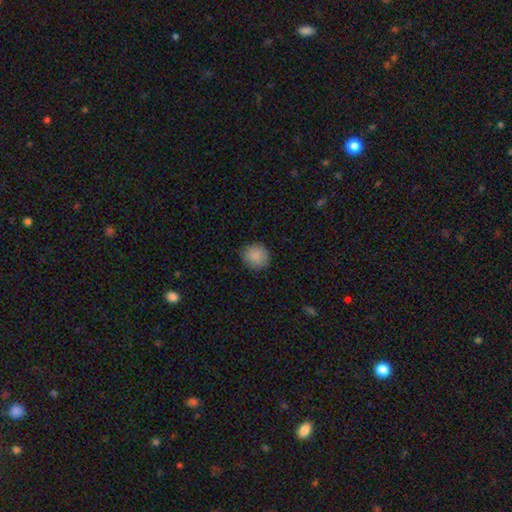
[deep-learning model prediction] Q: Smooth or featured?
A: smooth (88%); runner-up: star or artifact (8%)
Q: How rounded?
A: round (88%); runner-up: in between (11%)
Q: Merging?
A: none (87%); runner-up: minor disturbance (10%)